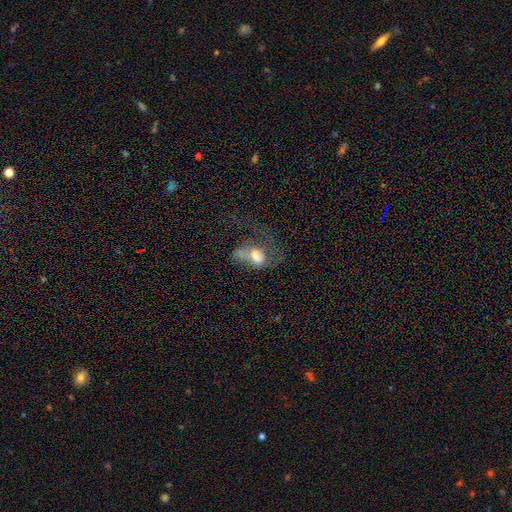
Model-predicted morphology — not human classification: Smooth or featured?
  - smooth: 47% *
  - featured or disk: 41%
  - star or artifact: 12%
Merging?
  - major disturbance: 58% *
  - none: 15%
  - merger: 15%
  - minor disturbance: 12%